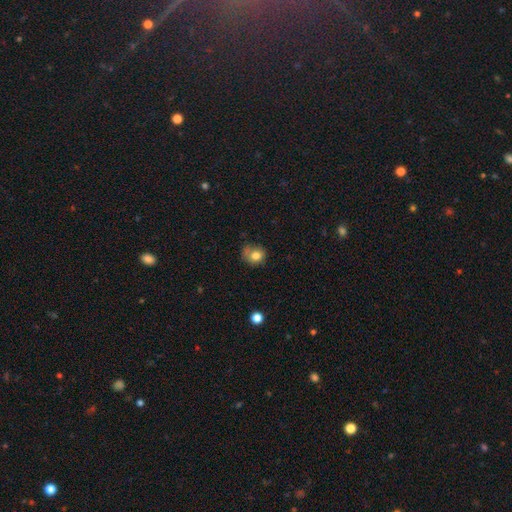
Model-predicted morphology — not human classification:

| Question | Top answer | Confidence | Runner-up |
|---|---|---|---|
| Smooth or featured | smooth | 78% | featured or disk (12%) |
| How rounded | round | 68% | in between (32%) |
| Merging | none | 46% | minor disturbance (33%) |